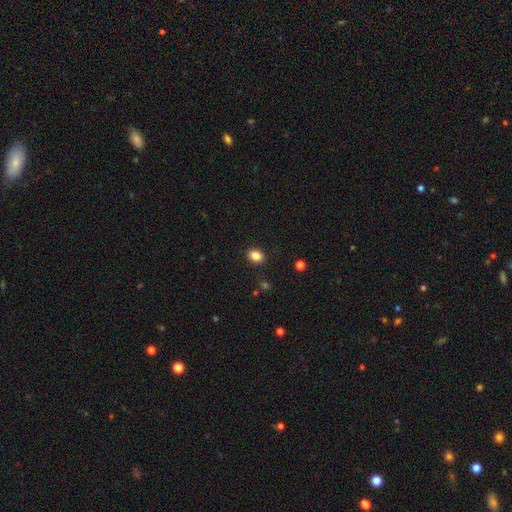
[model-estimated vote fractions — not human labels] smooth_or_featured: smooth (p=0.86) [alt: star or artifact p=0.10]
how_rounded: in between (p=0.65) [alt: round p=0.34]
merging: none (p=0.89) [alt: minor disturbance p=0.08]